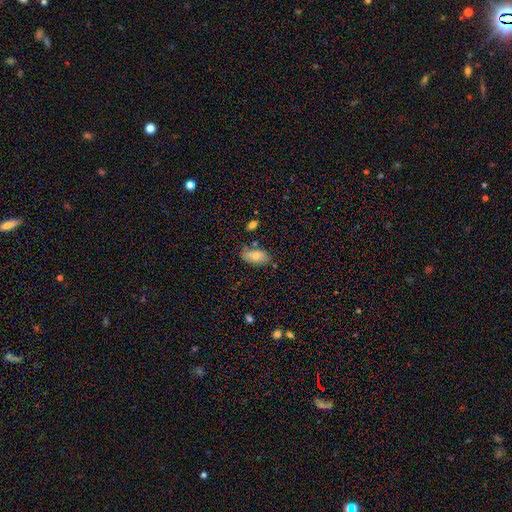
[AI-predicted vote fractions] Smooth or featured? Predicted: smooth (p=0.69). How rounded? Predicted: in between (p=0.92). Merging? Predicted: none (p=0.74).